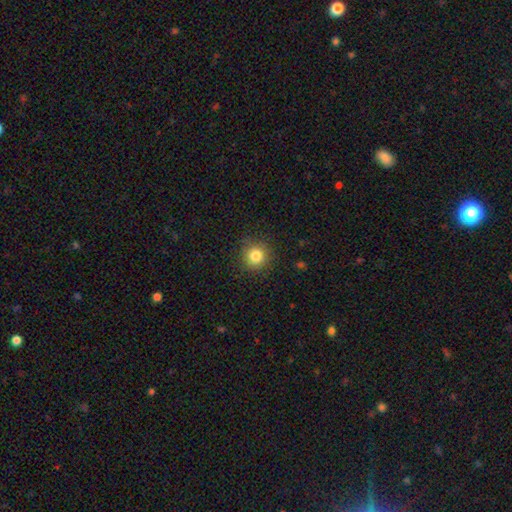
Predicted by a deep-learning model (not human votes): Smooth or featured? Predicted: smooth (p=0.82). How rounded? Predicted: round (p=0.94). Merging? Predicted: none (p=0.89).